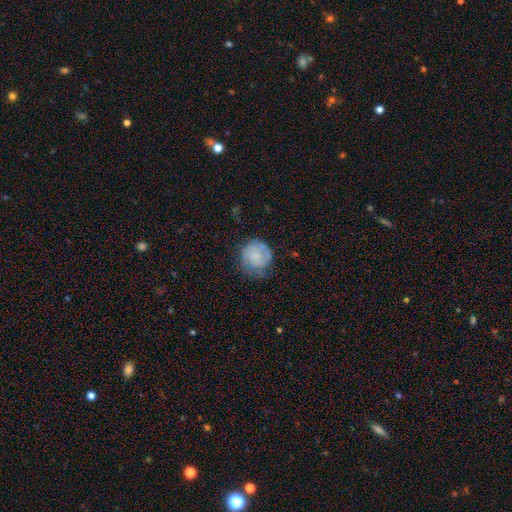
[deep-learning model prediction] Morphology: type=smooth (58%); roundness=round (88%); merging=none (57%).